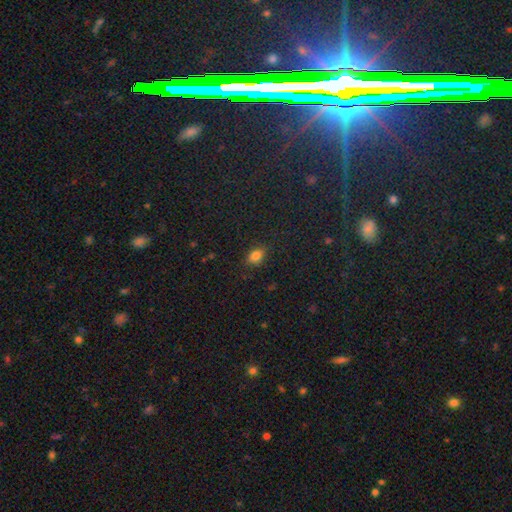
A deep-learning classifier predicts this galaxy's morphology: smooth 82%, star or artifact 13%, featured or disk 6%. Down the decision tree: how rounded — in between (74%); merging — none (83%).